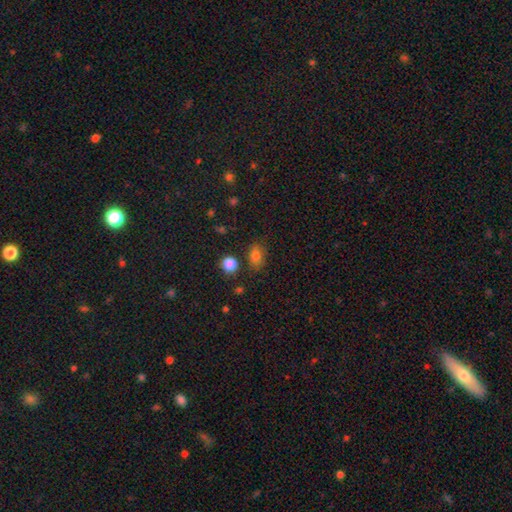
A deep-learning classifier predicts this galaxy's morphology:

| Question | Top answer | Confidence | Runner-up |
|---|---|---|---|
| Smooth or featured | smooth | 82% | star or artifact (12%) |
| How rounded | in between | 77% | round (21%) |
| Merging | none | 74% | minor disturbance (16%) |